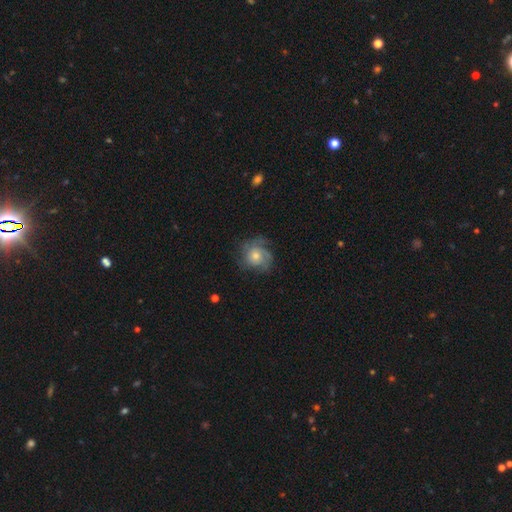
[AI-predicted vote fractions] This appears to be a featured or disk galaxy (55%) with no bar (83%), spiral arms (84%) and a moderate central bulge (56%). Merging: none (65%).